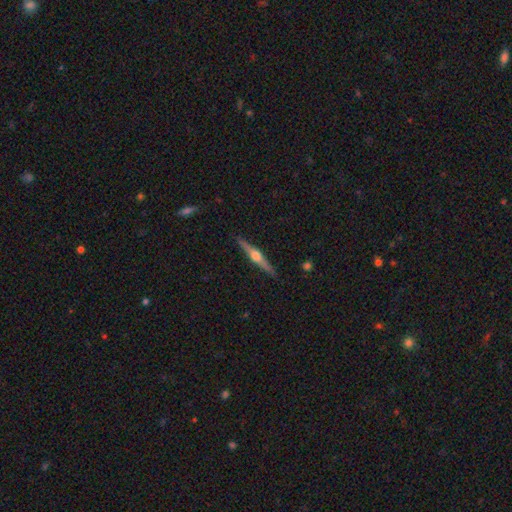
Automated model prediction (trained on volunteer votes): A featured or disk galaxy (78%) viewed edge-on (98%) with a rounded central bulge (94%).

Vote fractions:
- Smooth or featured? featured or disk: 78% / smooth: 17% / star or artifact: 5%
- Edge-on disk? yes: 98% / no: 2%
- Edge-on bulge? rounded: 94% / boxy: 3% / none: 2%
- Merging? none: 91% / minor disturbance: 7% / major disturbance: 1% / merger: 1%